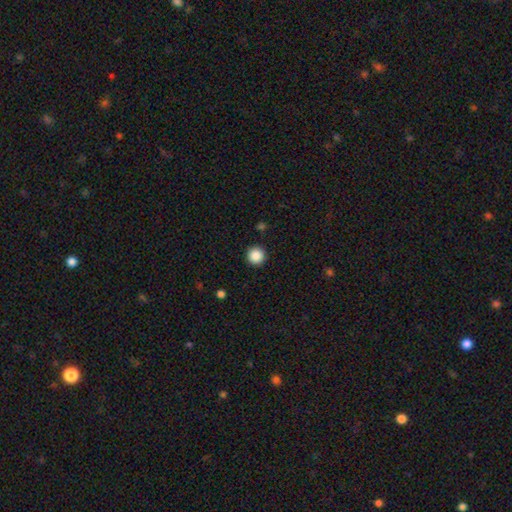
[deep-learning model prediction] This appears to be a smooth galaxy with no disk features (88%) that is round (96%). Merging: none (92%).